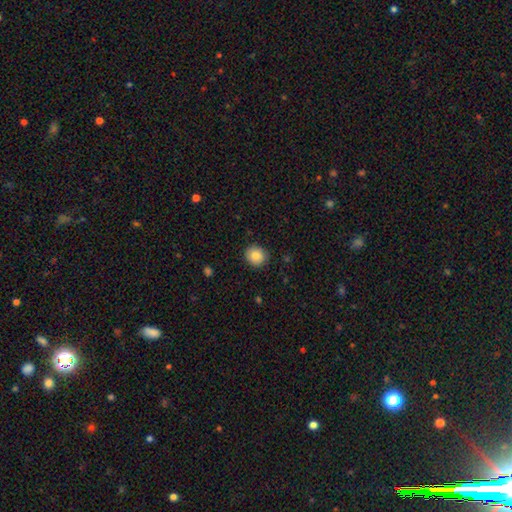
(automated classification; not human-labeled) A smooth galaxy with no disk features (86%) that is round (85%). Merging: none (89%).